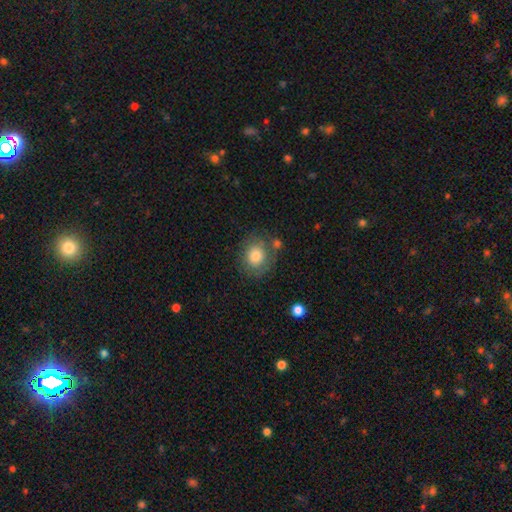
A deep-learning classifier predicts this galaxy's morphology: smooth-or-featured: smooth: 76% | featured or disk: 15% | star or artifact: 9%
  how-rounded: round: 77% | in between: 22% | cigar-shaped: 1%
  merging: none: 72% | minor disturbance: 15% | merger: 7% | major disturbance: 6%